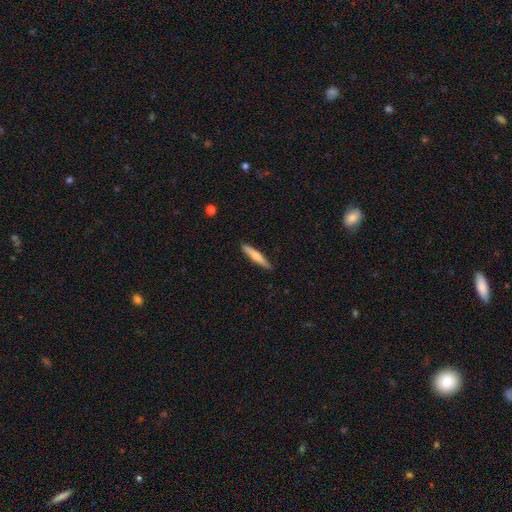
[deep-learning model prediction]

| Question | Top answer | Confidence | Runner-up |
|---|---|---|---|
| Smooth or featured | smooth | 60% | featured or disk (34%) |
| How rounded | cigar-shaped | 91% | in between (8%) |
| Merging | none | 89% | minor disturbance (8%) |